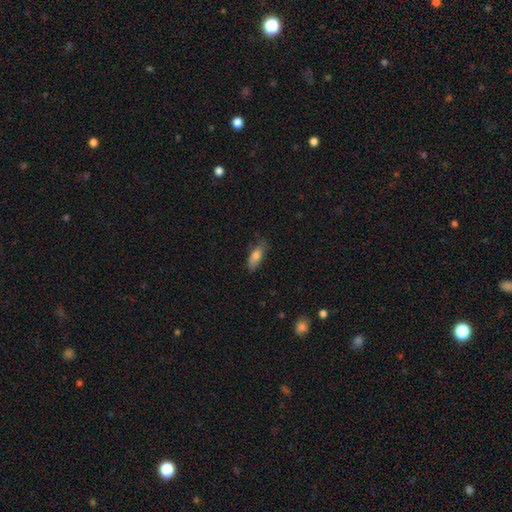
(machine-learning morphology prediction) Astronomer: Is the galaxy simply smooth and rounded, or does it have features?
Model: smooth — 77%.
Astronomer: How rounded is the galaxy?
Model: in between — 67%.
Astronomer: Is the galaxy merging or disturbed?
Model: none — 69%.